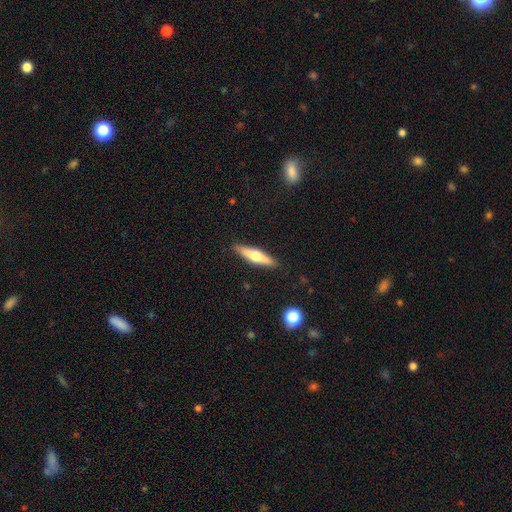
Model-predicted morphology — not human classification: A featured or disk galaxy (50%).

Vote fractions:
- Smooth or featured? featured or disk: 50% / smooth: 44% / star or artifact: 6%
- Merging? none: 89% / minor disturbance: 8% / major disturbance: 2% / merger: 1%